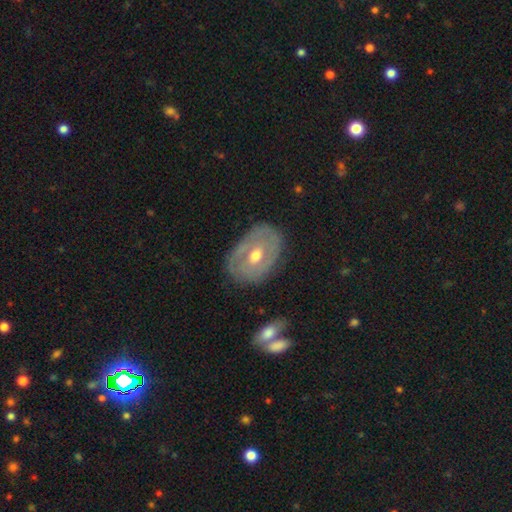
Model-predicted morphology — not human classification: This appears to be a featured or disk galaxy (66%) with no bar (50%), no spiral arms (57%) and a moderate central bulge (74%). Merging: none (76%).